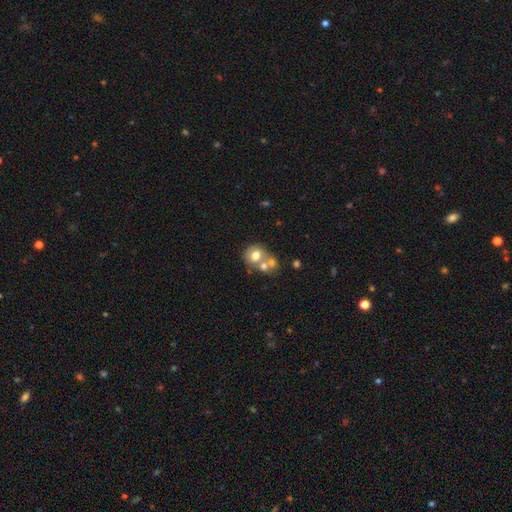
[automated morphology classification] Smooth or featured? smooth (64%)
How rounded? round (71%)
Merging? merger (52%)